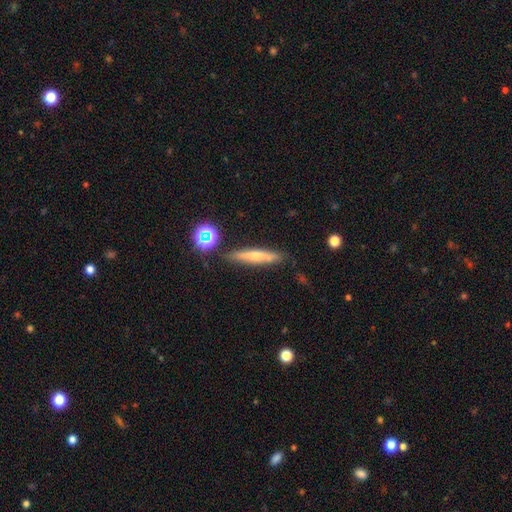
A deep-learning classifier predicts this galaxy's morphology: A smooth galaxy with no disk features (47%).

Vote fractions:
- Smooth or featured? smooth: 47% / featured or disk: 42% / star or artifact: 11%
- Merging? none: 83% / minor disturbance: 11% / merger: 3% / major disturbance: 2%